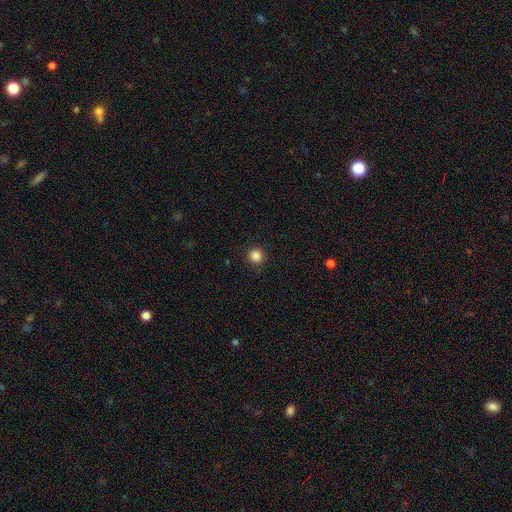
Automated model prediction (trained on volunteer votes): Morphology: type=smooth (86%); roundness=round (95%); merging=none (91%).